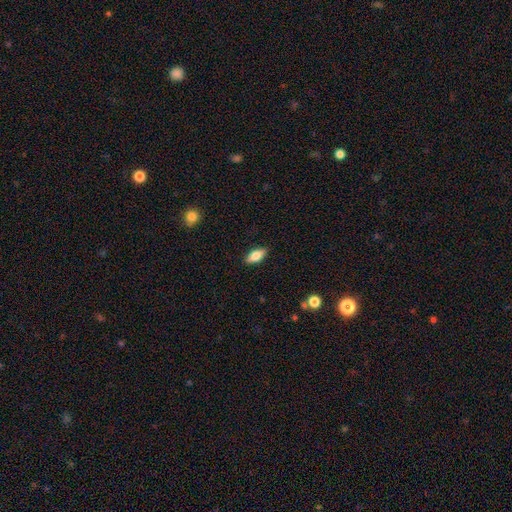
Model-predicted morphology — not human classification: A smooth galaxy with no disk features (74%) that is in between round and cigar-shaped (83%).

Vote fractions:
- Smooth or featured? smooth: 74% / featured or disk: 19% / star or artifact: 7%
- How rounded? in between: 83% / cigar-shaped: 14% / round: 3%
- Merging? none: 88% / minor disturbance: 9% / major disturbance: 2% / merger: 1%